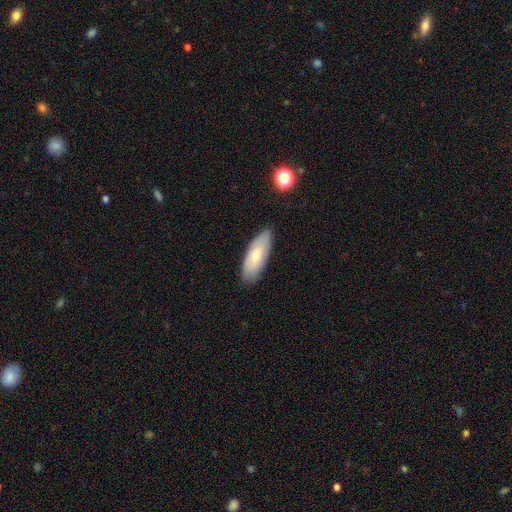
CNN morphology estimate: Smooth or featured: smooth — 68% (featured or disk — 26%)
How rounded: in between — 74% (cigar-shaped — 24%)
Merging: none — 83% (minor disturbance — 14%)